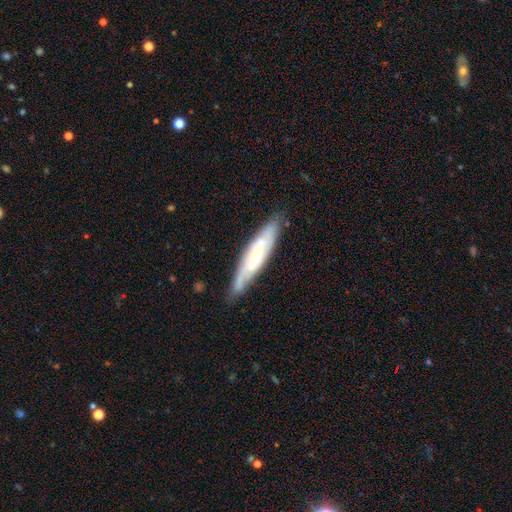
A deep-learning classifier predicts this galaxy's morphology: Smooth or featured: featured or disk — 62% (smooth — 32%)
Edge-on disk: yes — 51% (no — 49%)
Merging: none — 79% (minor disturbance — 16%)